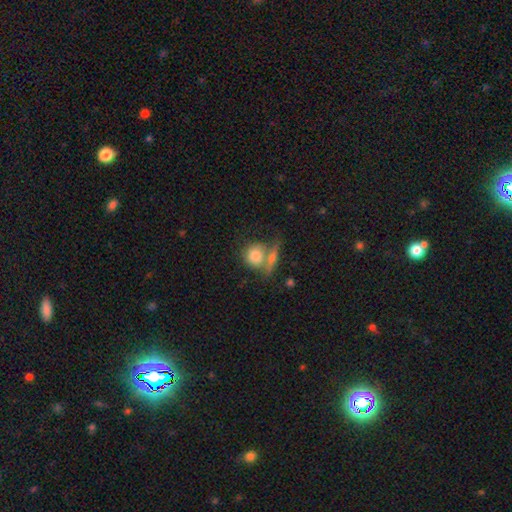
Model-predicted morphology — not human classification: The model was most divided on "merging": merger: 41%, none: 40%, minor disturbance: 13%, major disturbance: 7%. More confident: how rounded — round (77%); smooth or featured — smooth (75%).